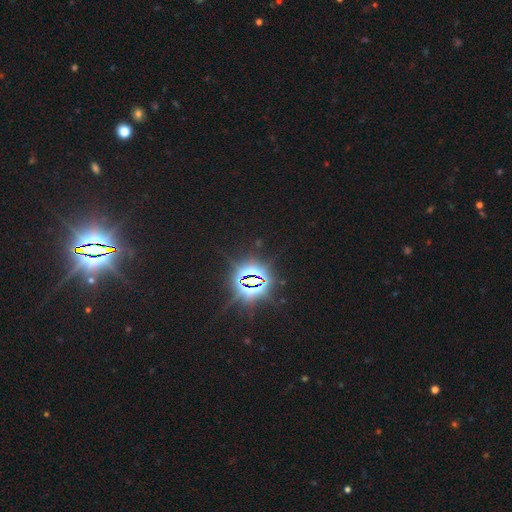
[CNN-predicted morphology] Smooth or featured? star or artifact (85%)